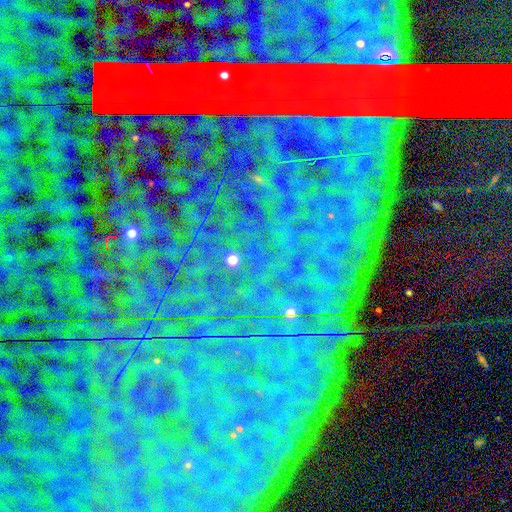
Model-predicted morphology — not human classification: The model was most divided on "smooth or featured": star or artifact: 87%, featured or disk: 7%, smooth: 6%.